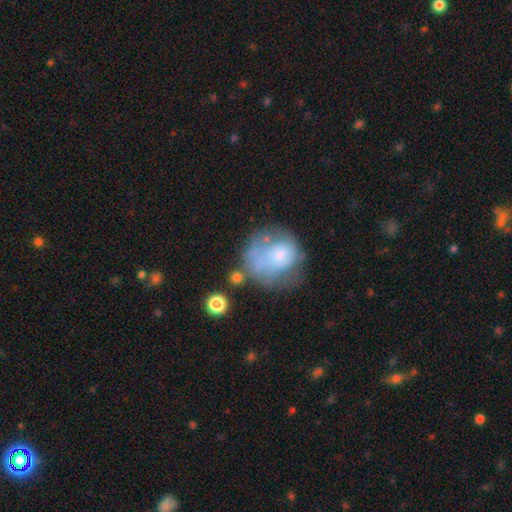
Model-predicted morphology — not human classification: A smooth galaxy with no disk features (52%) that is round (70%). Merging: none (36%).